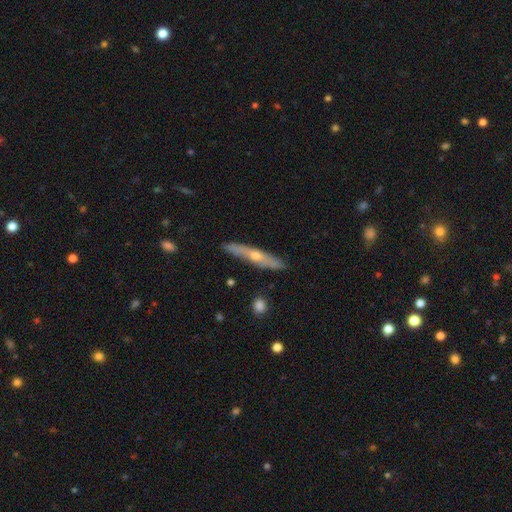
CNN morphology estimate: smooth_or_featured: featured or disk (p=0.57) [alt: smooth p=0.37]
disk_edge_on: yes (p=0.87) [alt: no p=0.13]
merging: none (p=0.87) [alt: minor disturbance p=0.10]